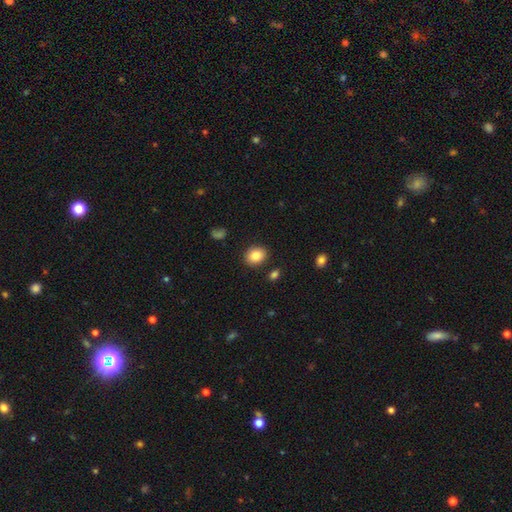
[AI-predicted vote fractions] smooth 85%, star or artifact 9%, featured or disk 6%. Down the decision tree: how rounded — round (58%); merging — none (87%).